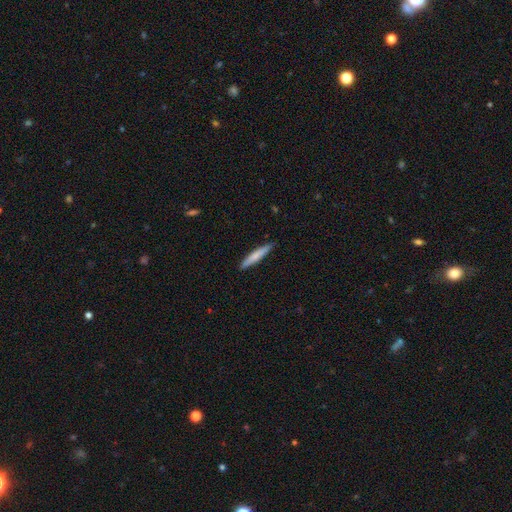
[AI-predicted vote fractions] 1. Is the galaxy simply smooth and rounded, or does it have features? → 68% smooth, 27% featured or disk, 5% star or artifact.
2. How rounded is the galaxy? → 93% cigar-shaped, 6% in between, 1% round.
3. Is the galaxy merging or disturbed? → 88% none, 9% minor disturbance, 2% major disturbance, 1% merger.